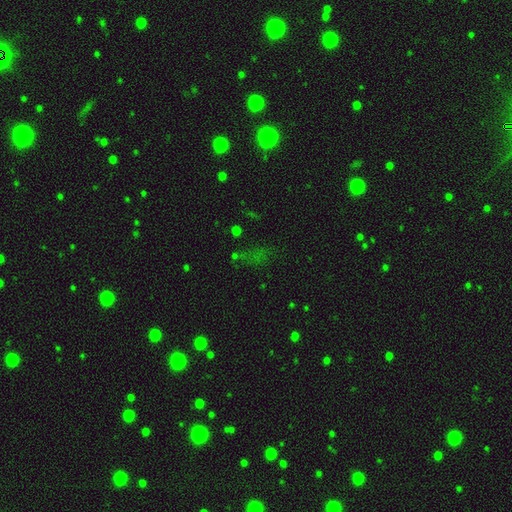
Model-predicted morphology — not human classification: The model was most divided on "smooth or featured": star or artifact: 56%, smooth: 32%, featured or disk: 12%.